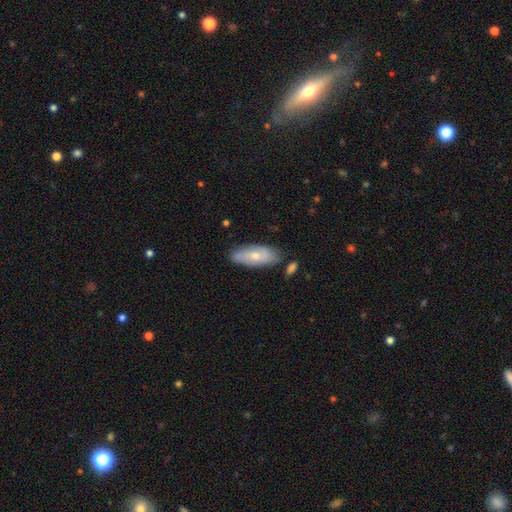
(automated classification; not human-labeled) Smooth or featured? smooth (59%)
How rounded? in between (78%)
Merging? none (71%)